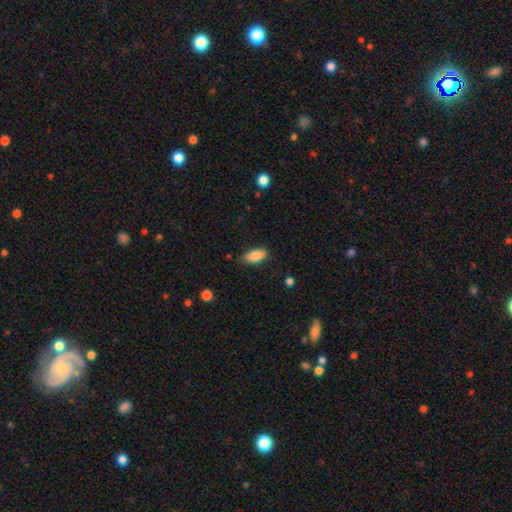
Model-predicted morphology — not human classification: This appears to be a smooth galaxy with no disk features (88%) that is in between round and cigar-shaped (88%). Merging: none (77%).